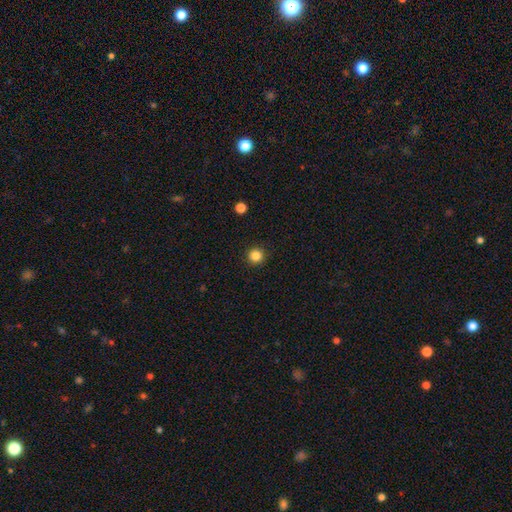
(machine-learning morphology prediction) Overall: smooth (84%). How rounded: round (96%). Merging: none (93%).